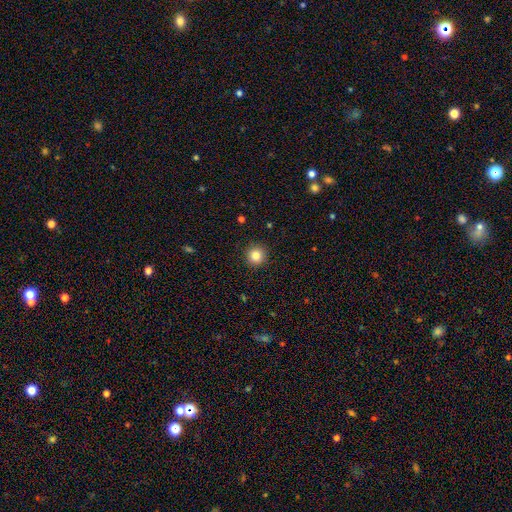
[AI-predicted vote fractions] Smooth or featured? smooth (84%)
How rounded? round (93%)
Merging? none (91%)